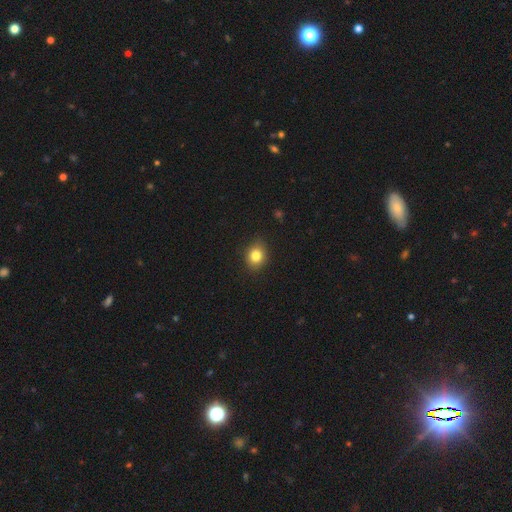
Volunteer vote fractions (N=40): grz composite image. It shows a smooth galaxy with no disk features (72%) that is in between round and cigar-shaped (59%). Merging: none (83%).